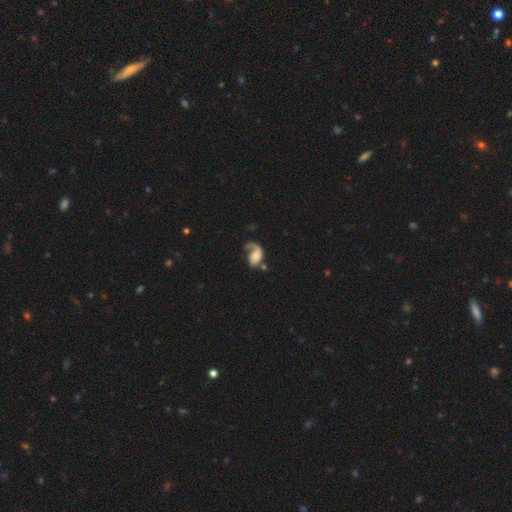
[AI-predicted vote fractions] Smooth or featured? Predicted: featured or disk (p=0.58). Edge-on disk? Predicted: no (p=0.97). Bar? Predicted: no (p=0.73). Spiral arms? Predicted: yes (p=0.85). Bulge size? Predicted: none (p=0.35). Merging? Predicted: major disturbance (p=0.40).